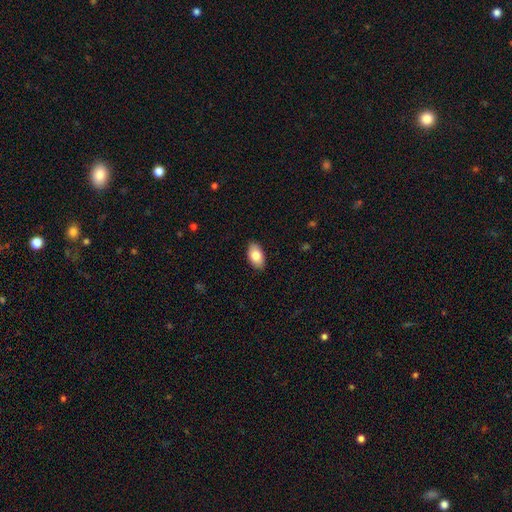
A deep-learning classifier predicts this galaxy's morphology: Smooth or featured? smooth (83%)
How rounded? in between (94%)
Merging? none (88%)